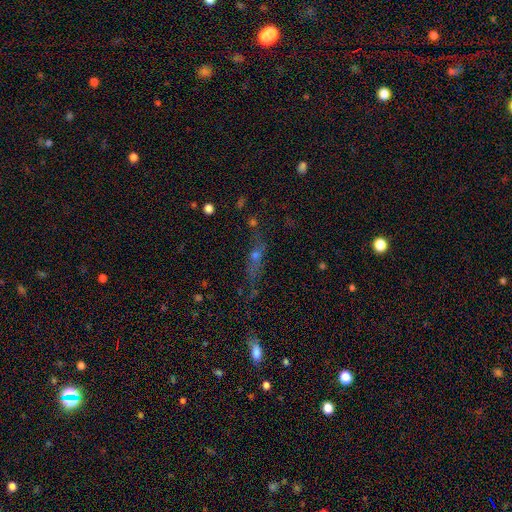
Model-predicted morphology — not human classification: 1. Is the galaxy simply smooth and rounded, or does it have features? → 42% smooth, 32% featured or disk, 27% star or artifact.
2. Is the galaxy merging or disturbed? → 57% none, 19% minor disturbance, 13% major disturbance, 11% merger.